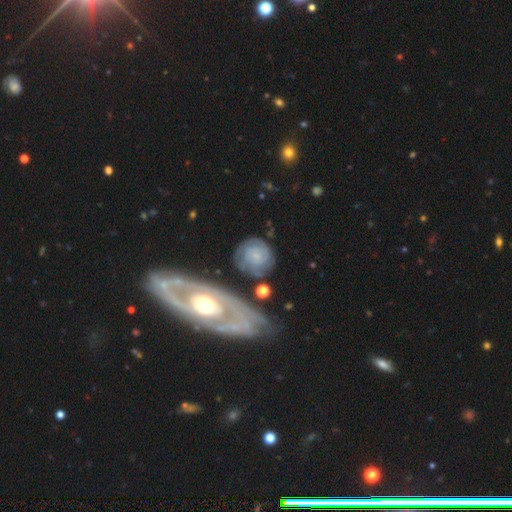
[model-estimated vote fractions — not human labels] The model was most divided on "spiral arm count": can't tell: 33%, 2: 29%, 3: 20%, 4: 7%, 1: 6%, more than 4: 5%. More confident: edge-on disk — no (96%); spiral arms — yes (91%); bar — no (74%); spiral winding — tight (72%); bulge size — small (67%); smooth or featured — featured or disk (66%); merging — none (66%).